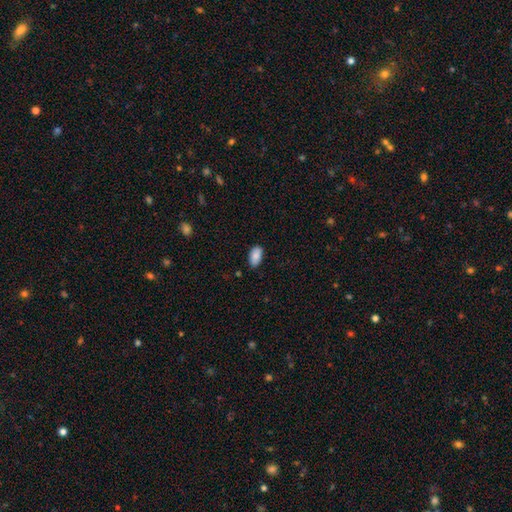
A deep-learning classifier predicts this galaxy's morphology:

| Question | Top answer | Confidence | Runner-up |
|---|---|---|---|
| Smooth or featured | smooth | 87% | star or artifact (7%) |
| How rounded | in between | 95% | round (3%) |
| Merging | none | 80% | minor disturbance (16%) |